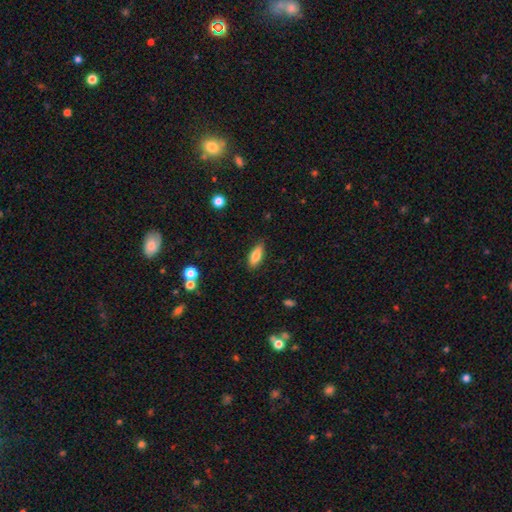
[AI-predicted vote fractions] Smooth or featured: smooth — 80% (featured or disk — 12%)
How rounded: in between — 71% (cigar-shaped — 27%)
Merging: none — 83% (minor disturbance — 13%)